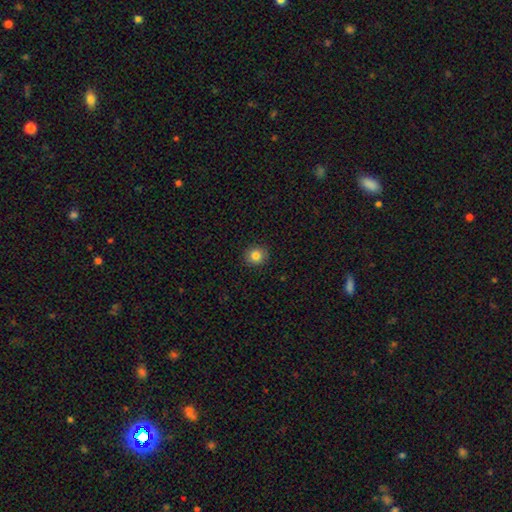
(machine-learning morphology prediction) Smooth or featured? smooth (84%)
How rounded? round (89%)
Merging? none (91%)